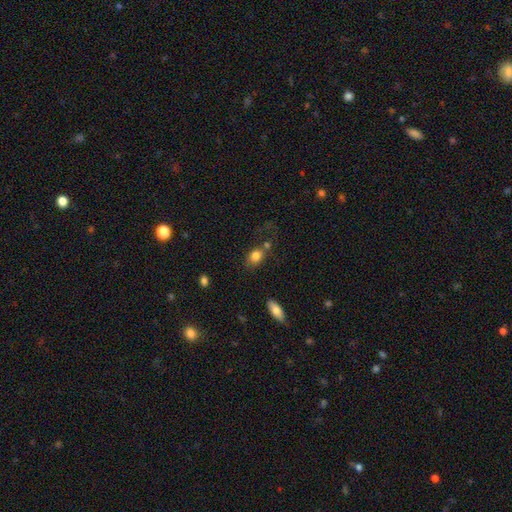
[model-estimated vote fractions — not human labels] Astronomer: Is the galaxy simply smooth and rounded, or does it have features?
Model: smooth — 82%.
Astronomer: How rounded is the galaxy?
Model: in between — 66%.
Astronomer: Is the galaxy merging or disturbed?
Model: none — 56%.